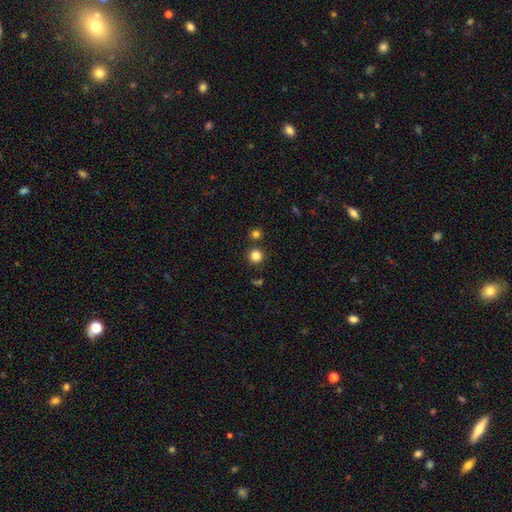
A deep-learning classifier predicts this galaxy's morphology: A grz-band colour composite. It shows a smooth galaxy with no disk features (83%) that is round (95%). Merging: none (86%).